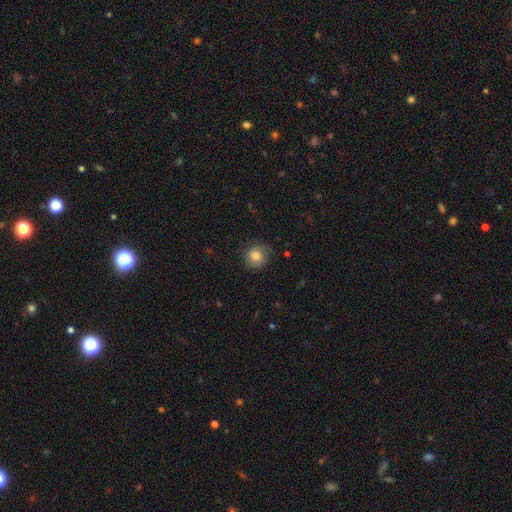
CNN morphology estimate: Smooth or featured: smooth — 82% (star or artifact — 9%)
How rounded: round — 87% (in between — 12%)
Merging: none — 77% (minor disturbance — 17%)